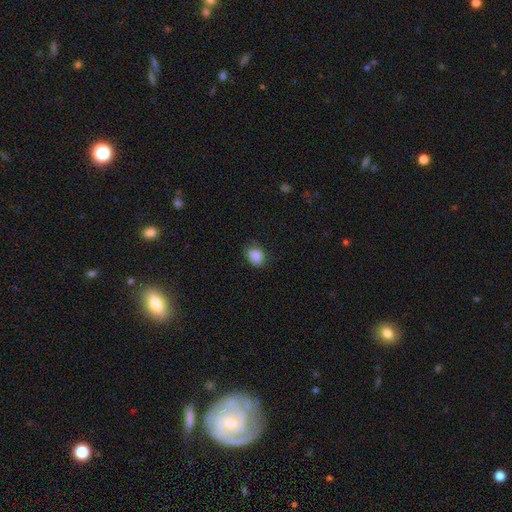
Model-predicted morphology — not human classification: This appears to be a smooth galaxy with no disk features (87%) that is in between round and cigar-shaped (50%). Merging: none (81%).